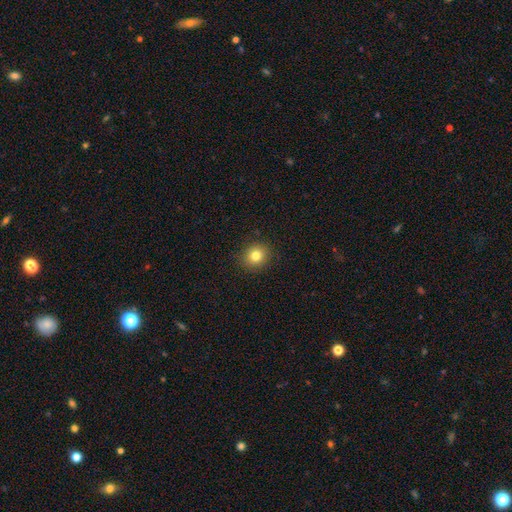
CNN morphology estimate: The model was most divided on "smooth or featured": smooth: 81%, star or artifact: 12%, featured or disk: 7%. More confident: merging — none (91%); how rounded — round (84%).